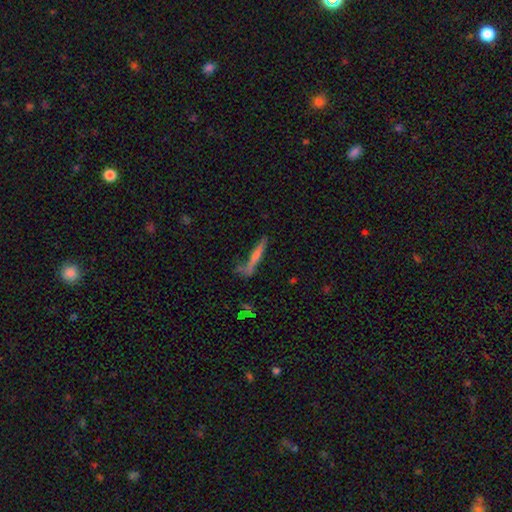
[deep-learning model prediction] smooth_or_featured: featured or disk (p=0.49) [alt: smooth p=0.44]
merging: none (p=0.70) [alt: minor disturbance p=0.18]